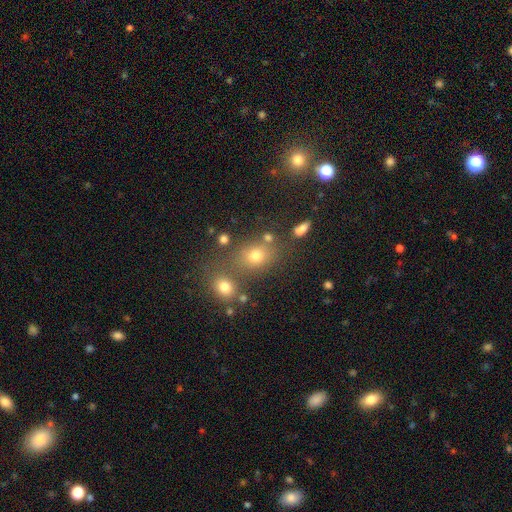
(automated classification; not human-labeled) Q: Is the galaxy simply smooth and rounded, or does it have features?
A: smooth — 69%.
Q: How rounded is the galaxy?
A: round — 51%.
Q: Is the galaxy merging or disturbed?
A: none — 63%.